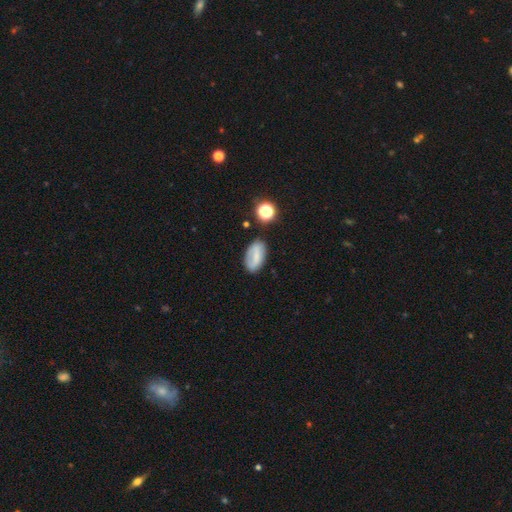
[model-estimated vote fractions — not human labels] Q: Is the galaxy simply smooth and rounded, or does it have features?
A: smooth — 61%.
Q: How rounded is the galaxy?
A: in between — 91%.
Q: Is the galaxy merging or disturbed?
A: none — 75%.